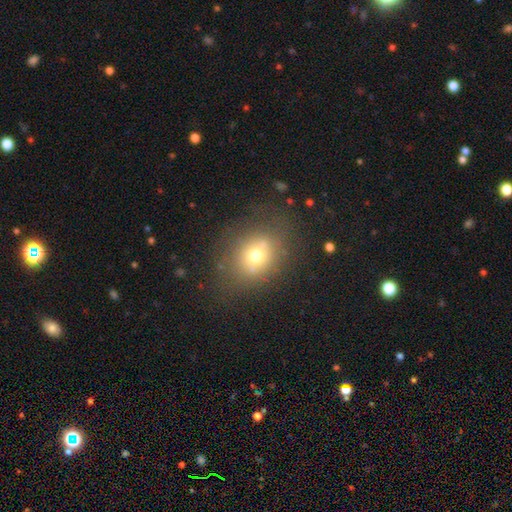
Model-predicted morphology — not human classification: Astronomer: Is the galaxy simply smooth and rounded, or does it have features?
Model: smooth — 64%.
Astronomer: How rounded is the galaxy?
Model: round — 55% (runner-up: in between, 44%).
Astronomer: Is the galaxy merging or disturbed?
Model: none — 68%.